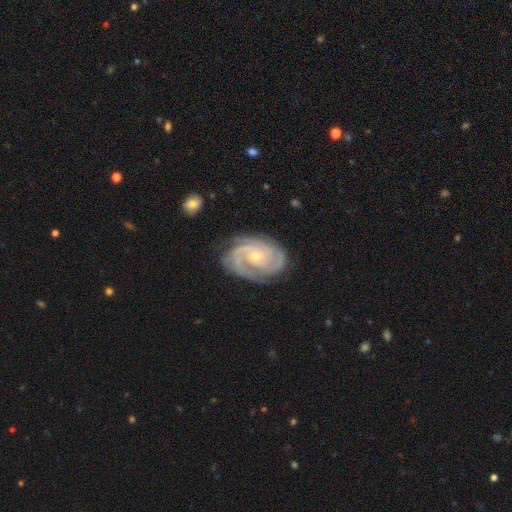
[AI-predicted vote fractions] Overall: featured or disk (92%). Edge-on disk: no (98%). Bar: no (70%). Spiral arms: yes (99%). Spiral arm count: 3 (41%; 2 31%). Spiral winding: tight (69%). Bulge size: small (73%). Merging: none (77%).